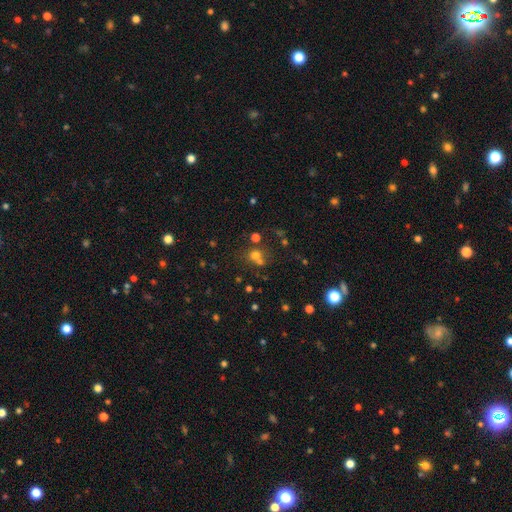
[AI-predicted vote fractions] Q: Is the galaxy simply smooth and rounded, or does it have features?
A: smooth — 64%.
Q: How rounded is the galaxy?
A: round — 82%.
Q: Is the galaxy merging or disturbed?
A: none — 53%.